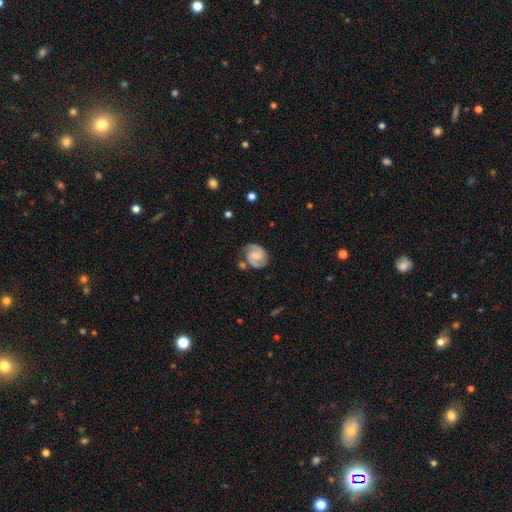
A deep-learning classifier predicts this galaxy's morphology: Overall: featured or disk (81%). Edge-on disk: no (98%). Bar: no (45%; weak 42%). Spiral arms: yes (97%). Spiral arm count: 2 (91%). Spiral winding: medium (47%; tight 43%). Bulge size: none (36%; small 33%). Merging: none (73%).